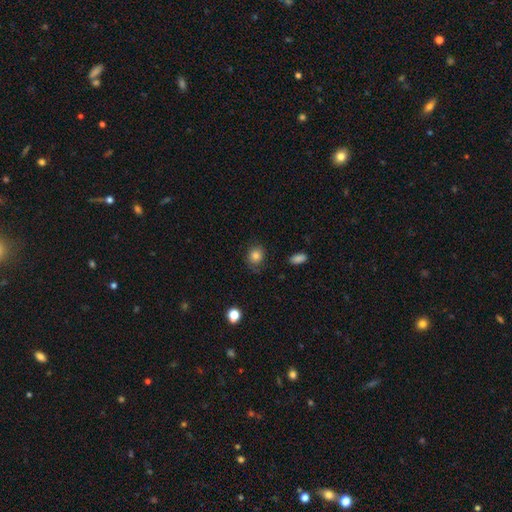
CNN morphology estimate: A smooth galaxy with no disk features (81%) that is round (72%). Merging: none (73%).